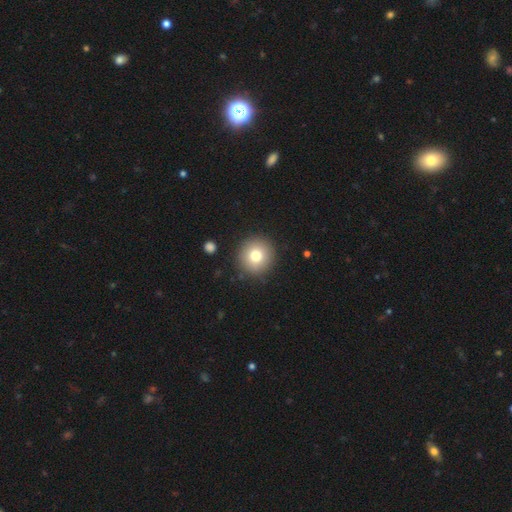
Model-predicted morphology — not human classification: smooth-or-featured: smooth: 76% | featured or disk: 13% | star or artifact: 11%
  how-rounded: round: 95% | in between: 5% | cigar-shaped: 1%
  merging: none: 90% | minor disturbance: 6% | major disturbance: 2% | merger: 2%